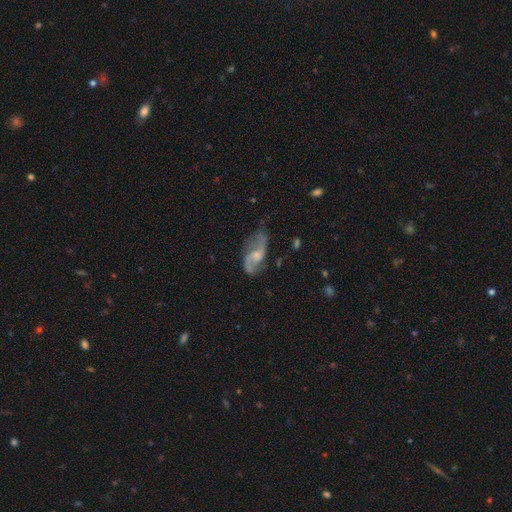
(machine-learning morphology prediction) Smooth or featured? featured or disk (74%)
Edge-on disk? no (94%)
Bar? no (58%)
Spiral arms? yes (89%)
Spiral winding? loose (54%)
Spiral arm count? 2 (82%)
Bulge size? moderate (44%)
Merging? none (57%)